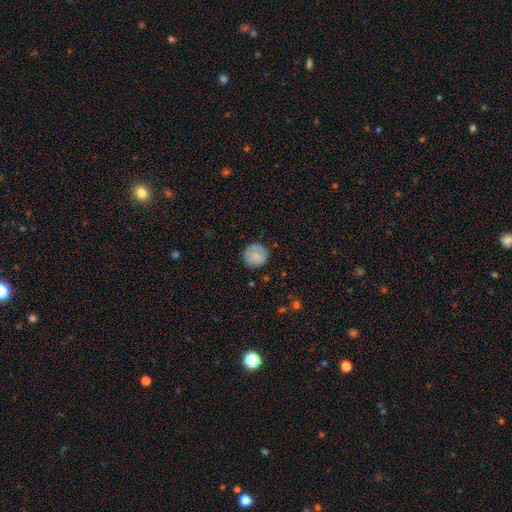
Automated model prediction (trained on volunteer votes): This is likely a smooth galaxy (79%). How rounded: clearly round (94%). Merging: clearly none (83%).